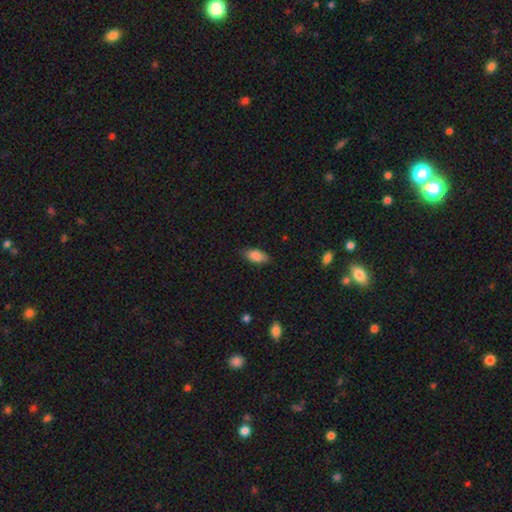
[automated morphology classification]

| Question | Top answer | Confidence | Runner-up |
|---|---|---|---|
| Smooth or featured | smooth | 85% | featured or disk (8%) |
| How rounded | in between | 89% | cigar-shaped (8%) |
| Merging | none | 81% | minor disturbance (15%) |